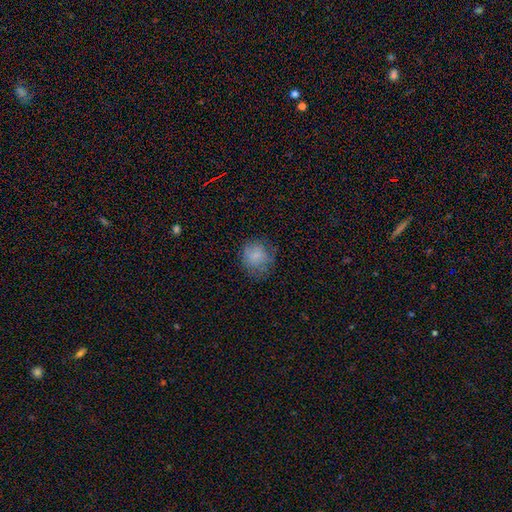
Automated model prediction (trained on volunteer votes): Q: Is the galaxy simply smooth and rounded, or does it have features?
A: smooth — 74%.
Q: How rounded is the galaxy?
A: round — 82%.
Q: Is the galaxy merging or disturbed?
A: none — 63%.